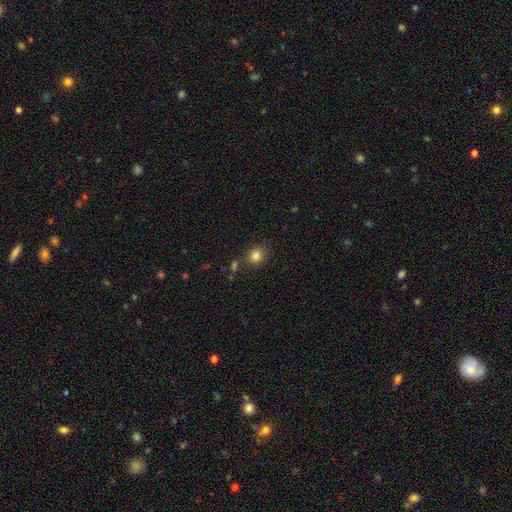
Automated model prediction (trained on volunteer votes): A smooth galaxy with no disk features (83%) that is round (67%). Merging: none (81%).